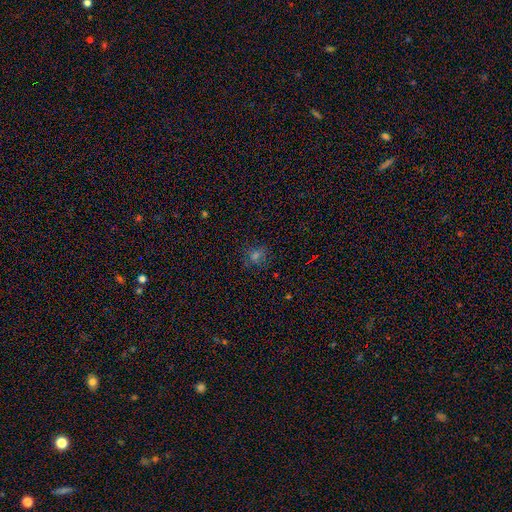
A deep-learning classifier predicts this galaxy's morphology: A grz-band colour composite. It shows a smooth galaxy with no disk features (53%) that is round (73%). Merging: none (78%).